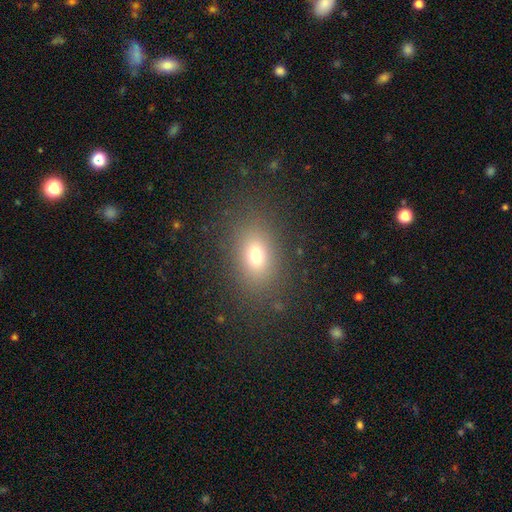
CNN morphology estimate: Overall: smooth (72%). How rounded: in between (73%). Merging: none (84%).